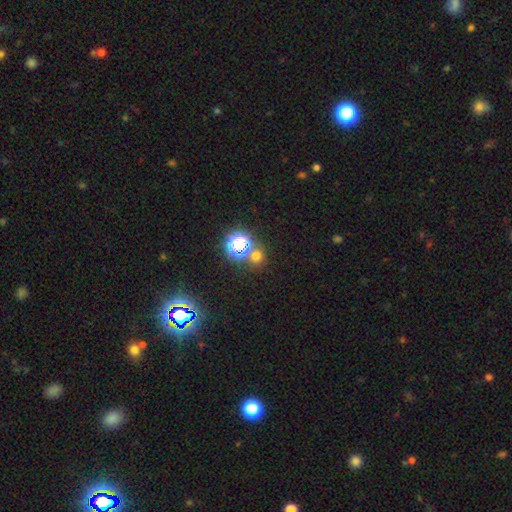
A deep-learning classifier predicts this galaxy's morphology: Smooth or featured: smooth — 60% (star or artifact — 34%)
How rounded: round — 88% (in between — 11%)
Merging: none — 73% (merger — 17%)